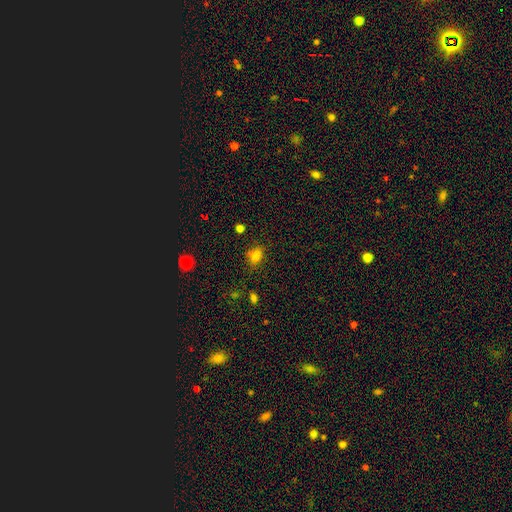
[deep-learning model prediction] Q: Smooth or featured?
A: smooth (79%); runner-up: star or artifact (14%)
Q: How rounded?
A: in between (66%); runner-up: round (32%)
Q: Merging?
A: none (75%); runner-up: minor disturbance (17%)